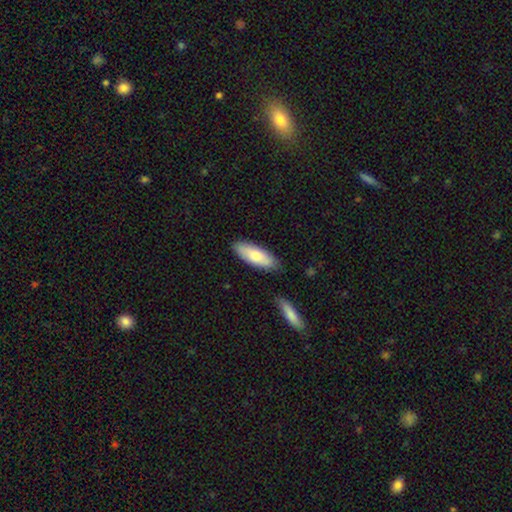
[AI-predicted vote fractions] Q: Smooth or featured?
A: smooth (76%); runner-up: featured or disk (19%)
Q: How rounded?
A: in between (69%); runner-up: cigar-shaped (29%)
Q: Merging?
A: none (84%); runner-up: minor disturbance (12%)